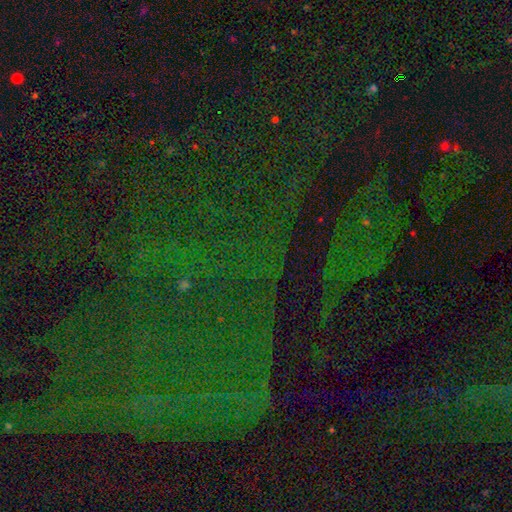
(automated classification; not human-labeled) A star or artifact, not a galaxy (83%).